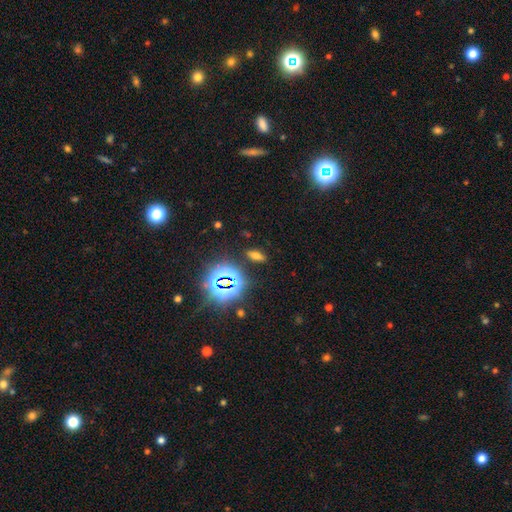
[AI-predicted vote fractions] Overall: smooth (54%; star or artifact 34%). How rounded: in between (71%). Merging: none (86%).